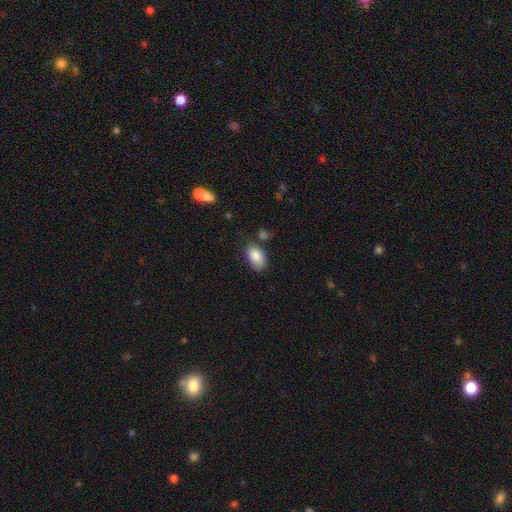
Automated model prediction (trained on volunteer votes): smooth 85%, featured or disk 8%, star or artifact 7%. Down the decision tree: how rounded — in between (90%); merging — none (67%).